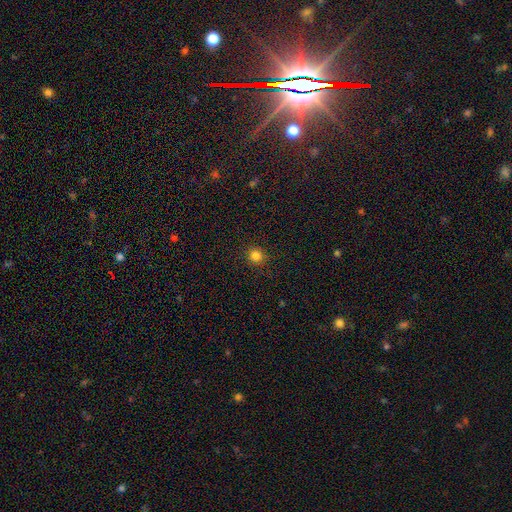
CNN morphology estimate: smooth 83%, star or artifact 13%, featured or disk 4%. Down the decision tree: how rounded — round (93%); merging — none (91%).